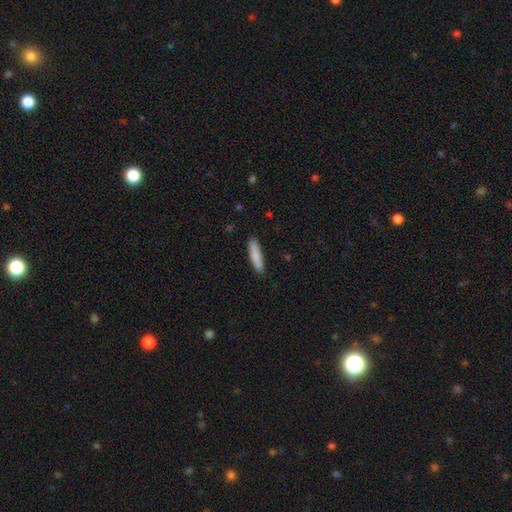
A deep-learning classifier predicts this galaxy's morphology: type=smooth (86%); roundness=cigar-shaped (78%); merging=none (87%).